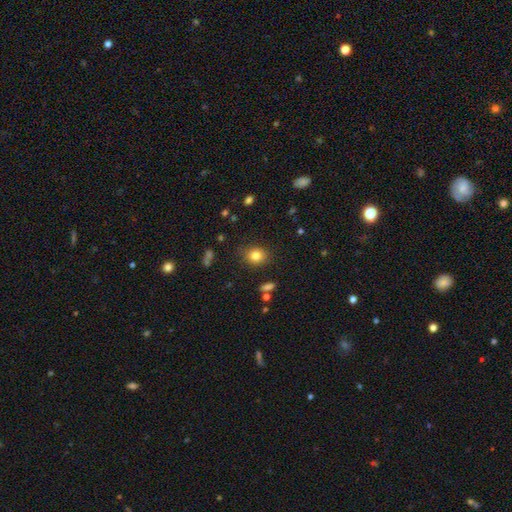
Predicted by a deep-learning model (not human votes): A smooth galaxy with no disk features (82%) that is round (62%).

Vote fractions:
- Smooth or featured? smooth: 82% / star or artifact: 11% / featured or disk: 7%
- How rounded? round: 62% / in between: 37% / cigar-shaped: 1%
- Merging? none: 84% / minor disturbance: 11% / major disturbance: 3% / merger: 2%